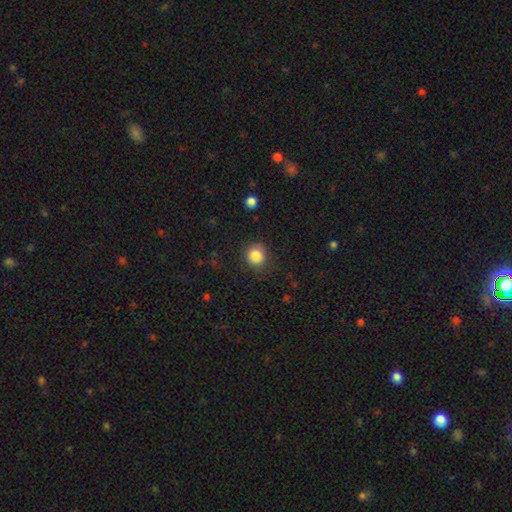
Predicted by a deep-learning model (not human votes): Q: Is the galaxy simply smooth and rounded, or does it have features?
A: smooth — 86%.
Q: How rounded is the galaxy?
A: round — 89%.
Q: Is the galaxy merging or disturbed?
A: none — 85%.